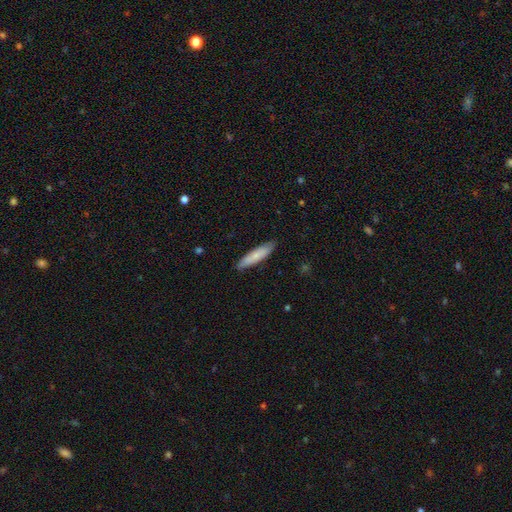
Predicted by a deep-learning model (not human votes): smooth_or_featured: smooth (p=0.75) [alt: featured or disk p=0.20]
how_rounded: cigar-shaped (p=0.80) [alt: in between p=0.18]
merging: none (p=0.87) [alt: minor disturbance p=0.11]